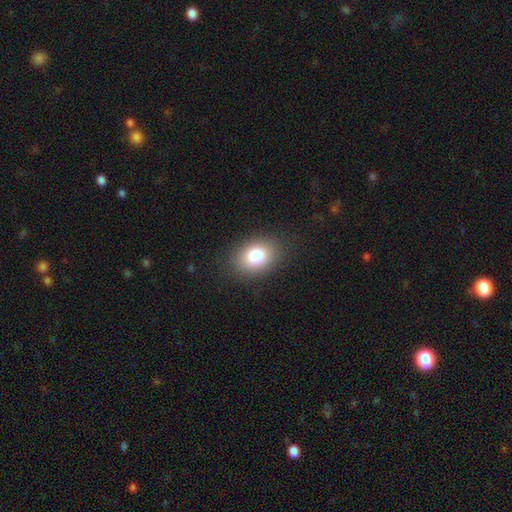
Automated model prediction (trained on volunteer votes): The model was most divided on "how rounded": in between: 71%, round: 29%, cigar-shaped: 1%. More confident: merging — none (85%); smooth or featured — smooth (82%).